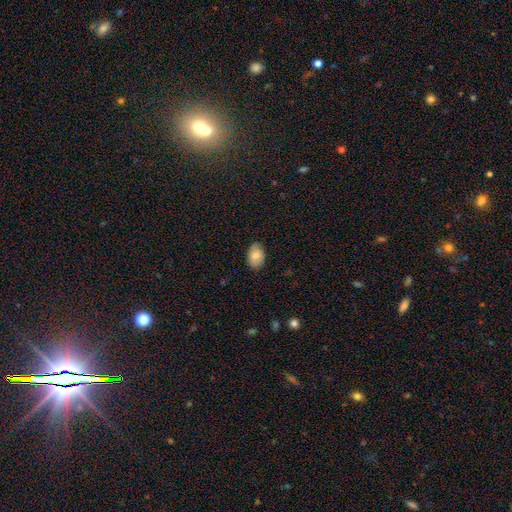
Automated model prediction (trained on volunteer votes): Smooth or featured? Predicted: smooth (p=0.79). How rounded? Predicted: in between (p=0.86). Merging? Predicted: none (p=0.77).